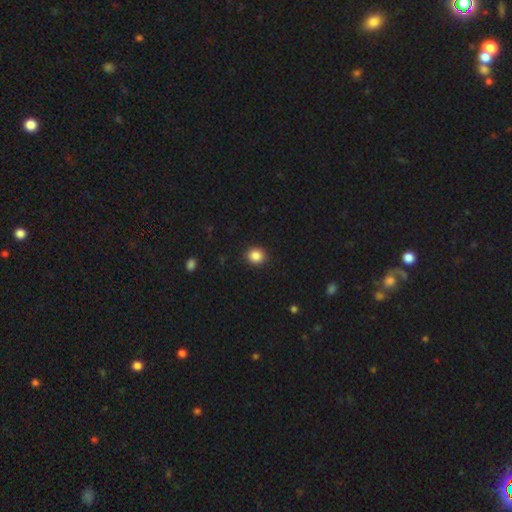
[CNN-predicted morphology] This appears to be a smooth galaxy with no disk features (87%) that is round (88%). Merging: none (92%).